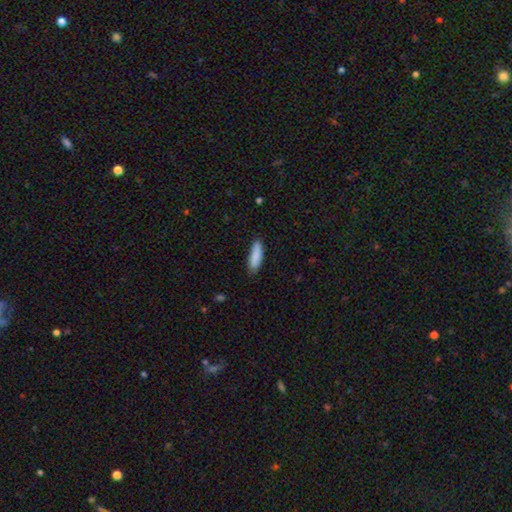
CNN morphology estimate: Smooth or featured?
  - smooth: 88% *
  - star or artifact: 6%
  - featured or disk: 6%
How rounded?
  - cigar-shaped: 57% *
  - in between: 42%
  - round: 1%
Merging?
  - none: 84% *
  - minor disturbance: 13%
  - major disturbance: 2%
  - merger: 1%